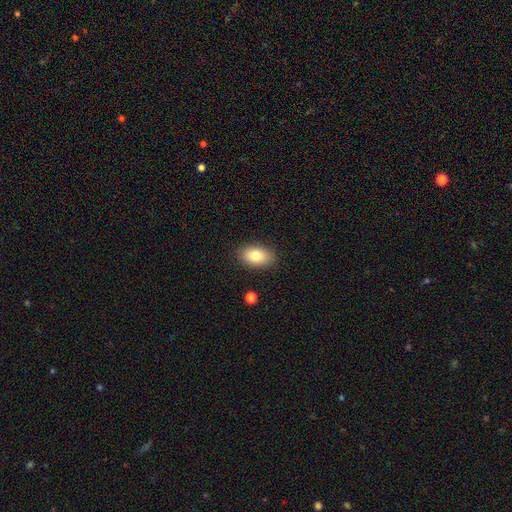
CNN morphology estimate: A smooth galaxy with no disk features (81%) that is in between round and cigar-shaped (89%).

Vote fractions:
- Smooth or featured? smooth: 81% / featured or disk: 11% / star or artifact: 8%
- How rounded? in between: 89% / round: 9% / cigar-shaped: 1%
- Merging? none: 87% / minor disturbance: 9% / major disturbance: 2% / merger: 1%